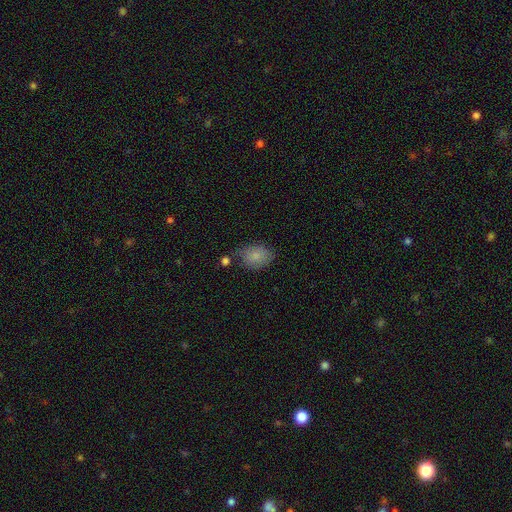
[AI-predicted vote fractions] Smooth or featured? smooth (82%)
How rounded? in between (74%)
Merging? none (61%)